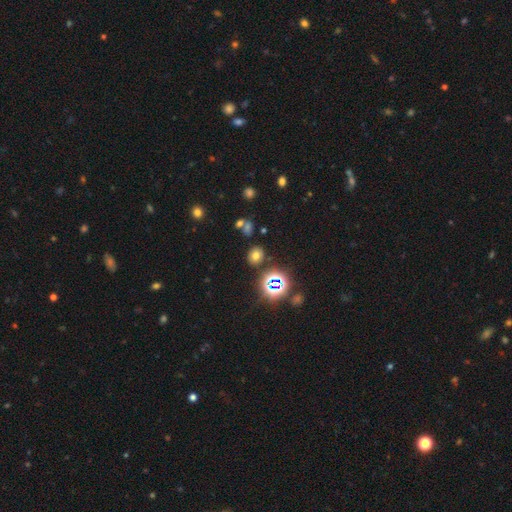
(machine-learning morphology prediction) type=smooth (62%); roundness=round (61%); merging=none (81%).